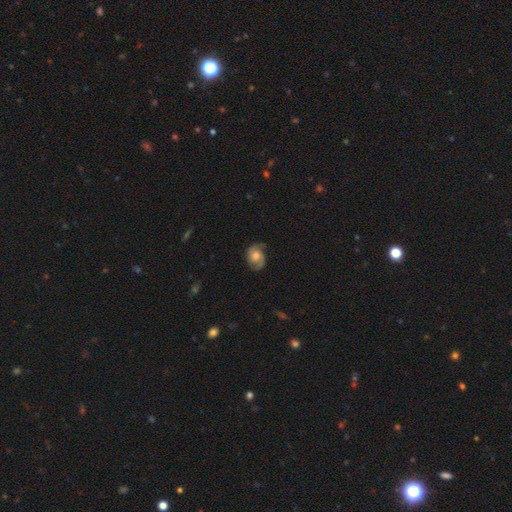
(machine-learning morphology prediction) A featured or disk galaxy (69%) with no bar (72%), 2 (84%) medium (47%) spiral arms (93%) and a moderate central bulge (65%). Merging: none (73%).